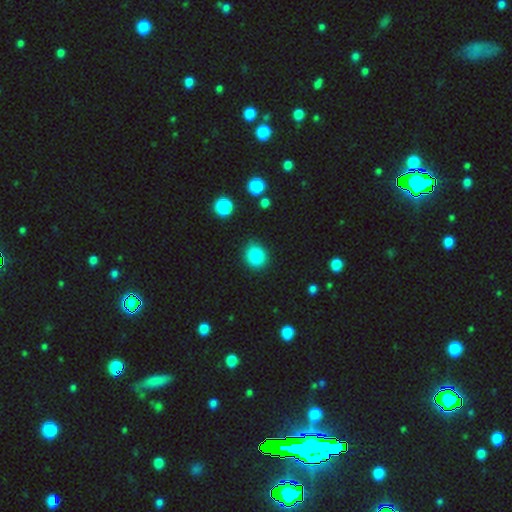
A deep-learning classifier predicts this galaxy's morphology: Smooth or featured?
  - smooth: 82% *
  - star or artifact: 11%
  - featured or disk: 6%
How rounded?
  - round: 73% *
  - in between: 26%
  - cigar-shaped: 1%
Merging?
  - none: 84% *
  - minor disturbance: 11%
  - major disturbance: 3%
  - merger: 2%